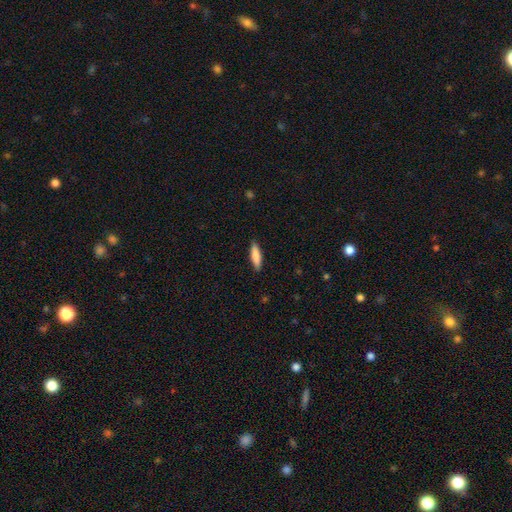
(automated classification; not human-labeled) smooth-or-featured: smooth: 83% | featured or disk: 12% | star or artifact: 6%
  how-rounded: cigar-shaped: 70% | in between: 29% | round: 1%
  merging: none: 89% | minor disturbance: 9% | major disturbance: 2% | merger: 1%